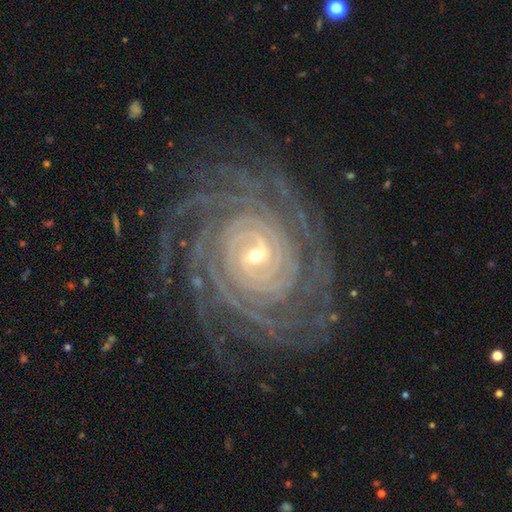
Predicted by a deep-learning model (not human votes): Smooth or featured? Predicted: featured or disk (p=0.92). Edge-on disk? Predicted: no (p=0.97). Bar? Predicted: no (p=0.41). Spiral arms? Predicted: yes (p=0.99). Spiral winding? Predicted: tight (p=0.87). Spiral arm count? Predicted: more than 4 (p=0.36). Bulge size? Predicted: small (p=0.65). Merging? Predicted: none (p=0.82).